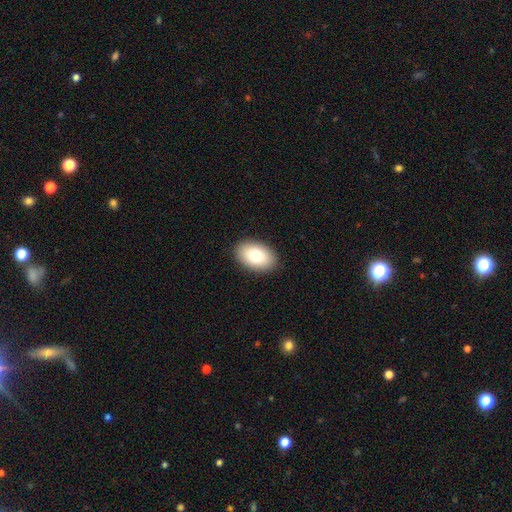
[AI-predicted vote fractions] A smooth galaxy with no disk features (80%) that is in between round and cigar-shaped (90%). Merging: none (90%).